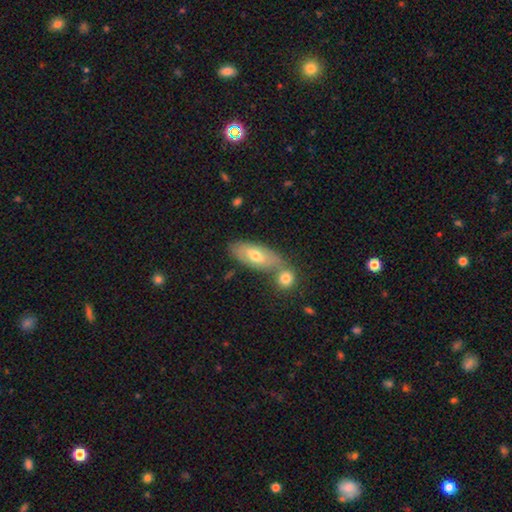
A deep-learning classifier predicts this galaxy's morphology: Smooth or featured? smooth (60%)
How rounded? in between (81%)
Merging? none (50%)